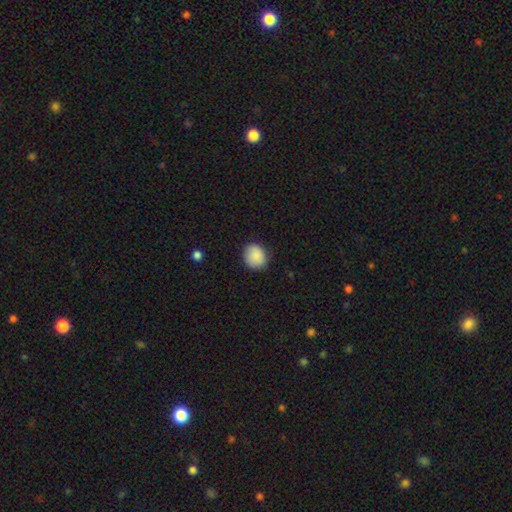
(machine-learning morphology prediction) smooth 88%, star or artifact 7%, featured or disk 4%. Down the decision tree: how rounded — round (69%); merging — none (83%).